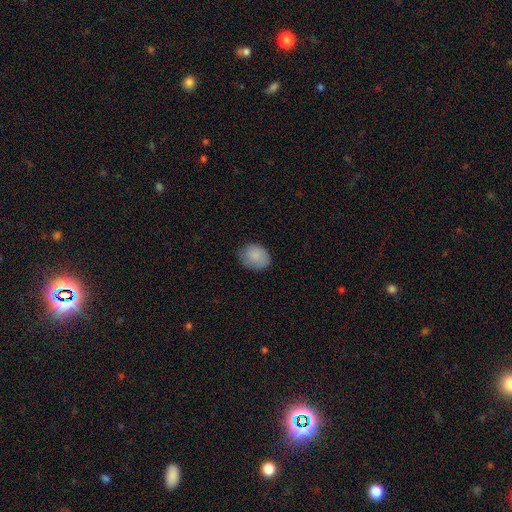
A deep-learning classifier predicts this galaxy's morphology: This is clearly a smooth galaxy (86%). How rounded: possibly in between (52%). Merging: likely none (73%).